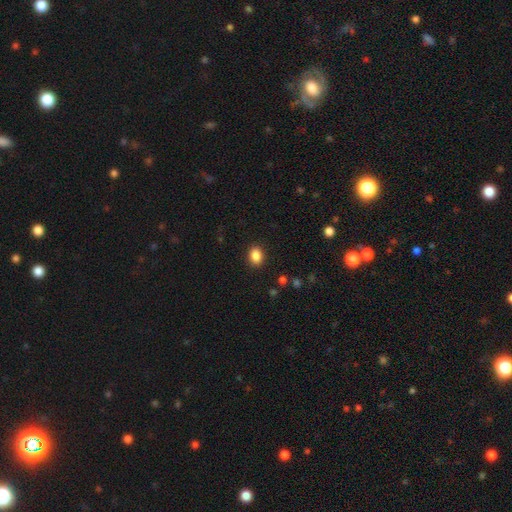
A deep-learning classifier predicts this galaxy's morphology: Smooth or featured?
  - smooth: 87% *
  - star or artifact: 9%
  - featured or disk: 4%
How rounded?
  - in between: 69% *
  - round: 30%
  - cigar-shaped: 1%
Merging?
  - none: 89% *
  - minor disturbance: 8%
  - major disturbance: 2%
  - merger: 1%